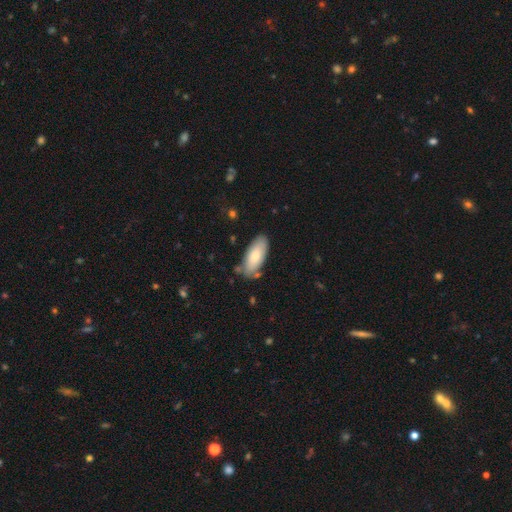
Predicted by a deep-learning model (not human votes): Morphology: type=smooth (76%); roundness=in between (85%); merging=none (76%).